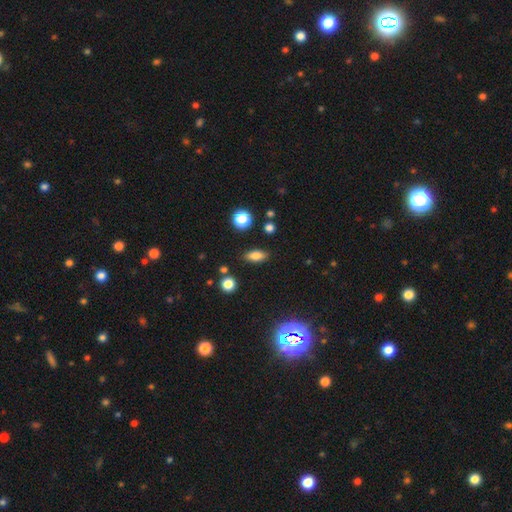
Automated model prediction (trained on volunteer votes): This is likely a smooth galaxy (77%). How rounded: likely in between (76%). Merging: clearly none (85%).